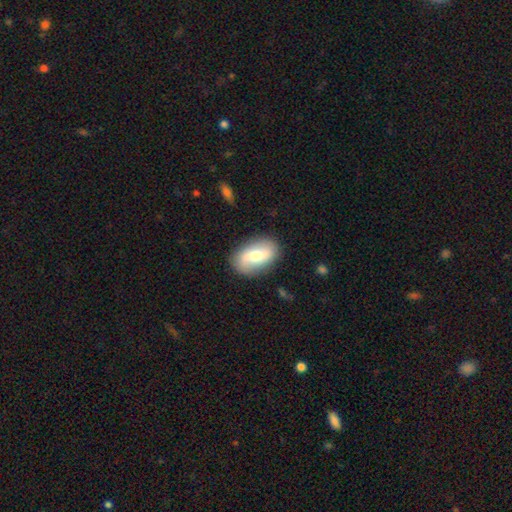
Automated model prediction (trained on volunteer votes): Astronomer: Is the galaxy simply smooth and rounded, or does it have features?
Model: smooth — 57% (runner-up: featured or disk, 37%).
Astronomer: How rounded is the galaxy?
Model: in between — 89%.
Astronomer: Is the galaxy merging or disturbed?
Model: none — 85%.